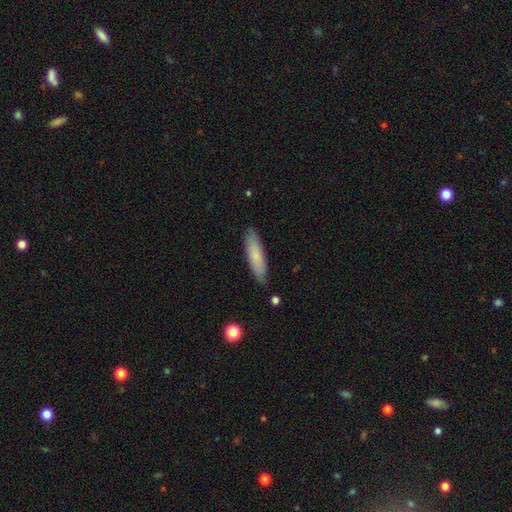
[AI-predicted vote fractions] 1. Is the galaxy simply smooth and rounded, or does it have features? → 79% smooth, 15% featured or disk, 6% star or artifact.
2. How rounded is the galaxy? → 71% cigar-shaped, 28% in between, 1% round.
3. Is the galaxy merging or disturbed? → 86% none, 11% minor disturbance, 2% major disturbance, 1% merger.